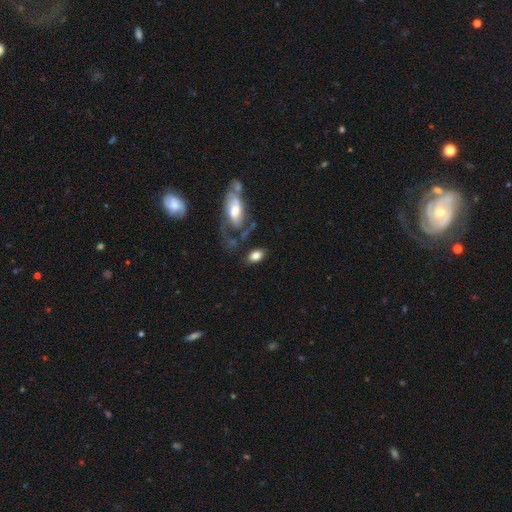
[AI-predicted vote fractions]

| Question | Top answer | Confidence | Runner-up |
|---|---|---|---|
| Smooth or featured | smooth | 78% | featured or disk (14%) |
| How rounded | in between | 87% | round (10%) |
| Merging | none | 62% | minor disturbance (15%) |